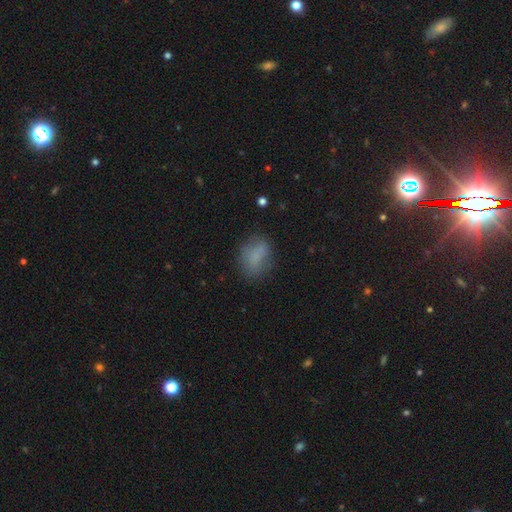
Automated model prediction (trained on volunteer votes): Morphology: type=smooth (75%); roundness=in between (70%); merging=none (66%).